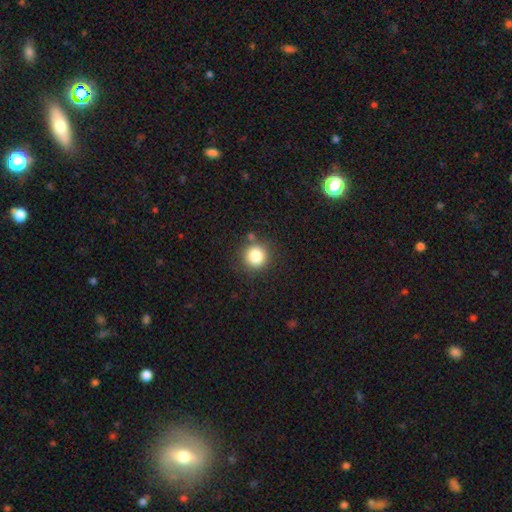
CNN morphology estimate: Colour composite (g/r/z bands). It shows a smooth galaxy with no disk features (83%) that is round (94%). Merging: none (83%).